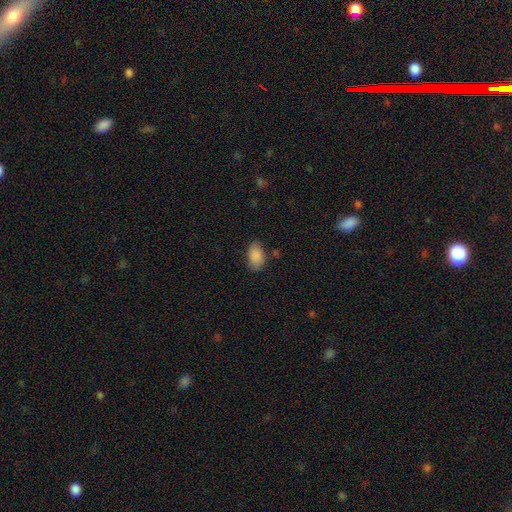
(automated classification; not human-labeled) smooth_or_featured: smooth (p=0.88) [alt: star or artifact p=0.07]
how_rounded: in between (p=0.92) [alt: round p=0.07]
merging: none (p=0.79) [alt: minor disturbance p=0.15]